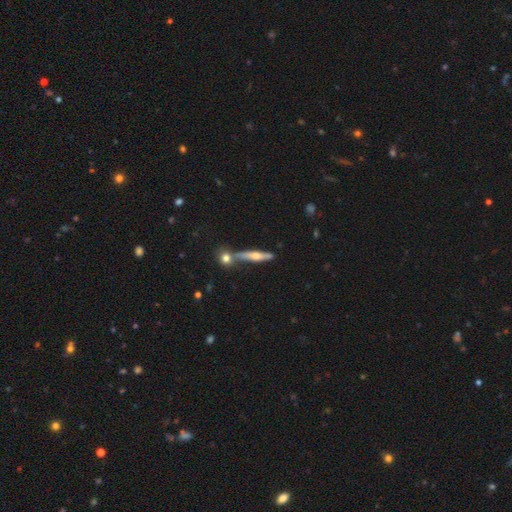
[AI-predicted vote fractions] Smooth or featured? featured or disk (65%)
Edge-on disk? yes (95%)
Edge-on bulge? rounded (87%)
Merging? none (69%)